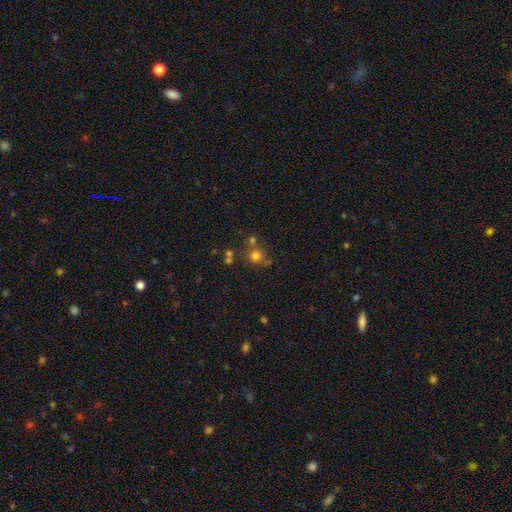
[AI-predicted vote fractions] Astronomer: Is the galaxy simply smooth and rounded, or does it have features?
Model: smooth — 69%.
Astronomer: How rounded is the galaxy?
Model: round — 88%.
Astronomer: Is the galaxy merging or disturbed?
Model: none — 66%.